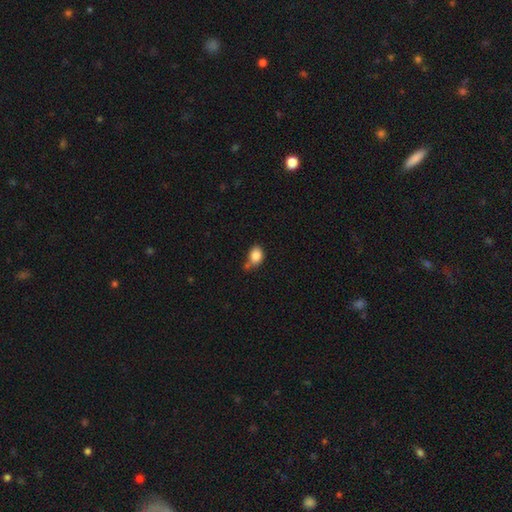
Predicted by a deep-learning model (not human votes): Smooth or featured? smooth (85%)
How rounded? in between (61%)
Merging? none (48%)